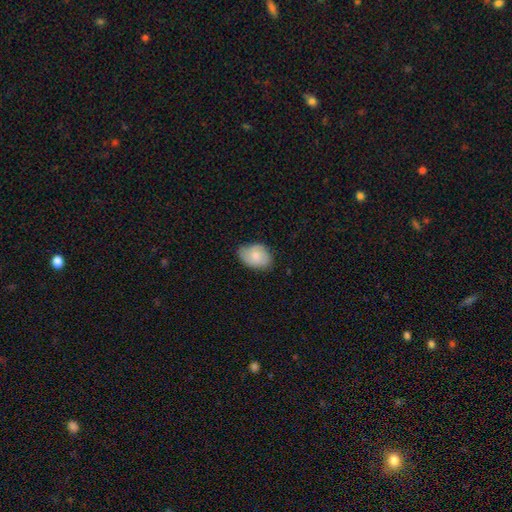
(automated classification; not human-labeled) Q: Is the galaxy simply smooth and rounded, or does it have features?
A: smooth — 72%.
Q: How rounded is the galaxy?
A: in between — 77%.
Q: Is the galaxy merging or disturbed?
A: none — 67%.